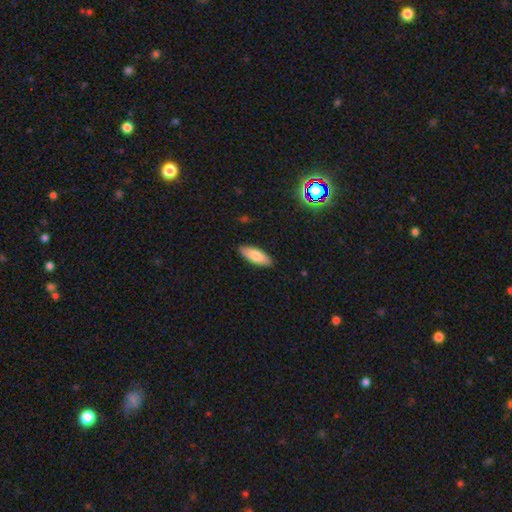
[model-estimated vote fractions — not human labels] Smooth or featured: smooth — 79% (featured or disk — 15%)
How rounded: in between — 73% (cigar-shaped — 25%)
Merging: none — 89% (minor disturbance — 8%)